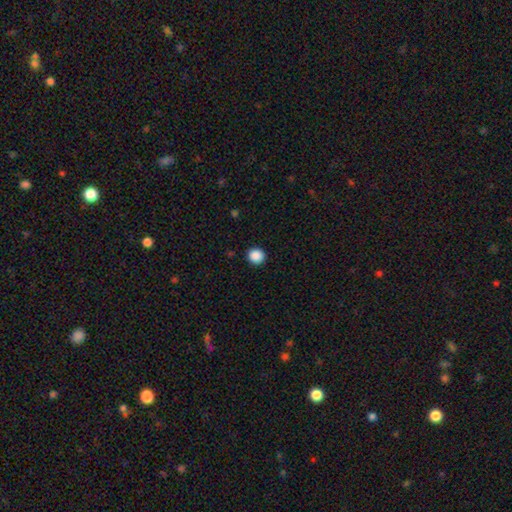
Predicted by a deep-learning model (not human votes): A smooth galaxy with no disk features (89%) that is round (90%). Merging: none (91%).